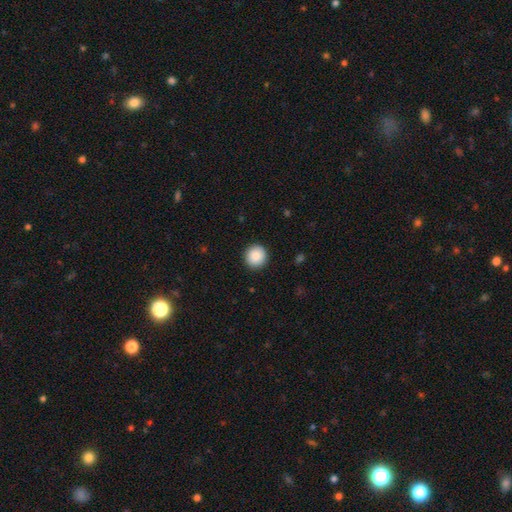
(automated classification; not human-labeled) Q: Smooth or featured?
A: smooth (85%); runner-up: star or artifact (8%)
Q: How rounded?
A: round (94%); runner-up: in between (5%)
Q: Merging?
A: none (92%); runner-up: minor disturbance (5%)